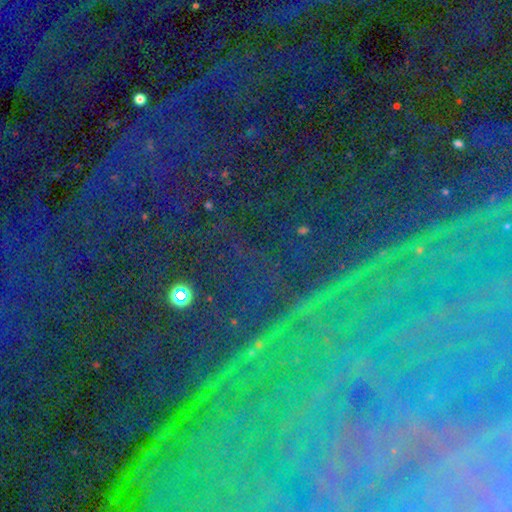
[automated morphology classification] Smooth or featured? star or artifact (74%)